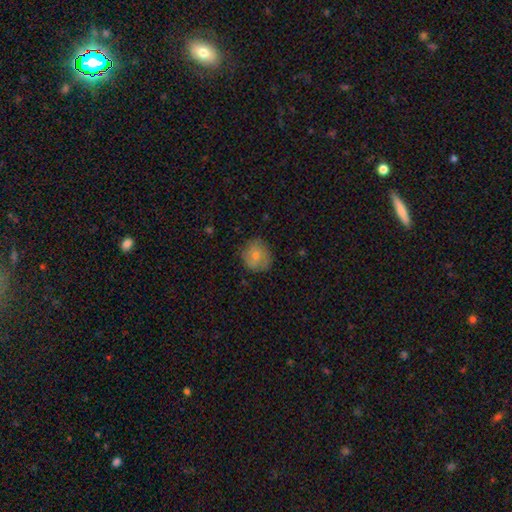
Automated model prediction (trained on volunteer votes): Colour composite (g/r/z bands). It shows a smooth galaxy with no disk features (70%) that is round (85%). Merging: none (75%).